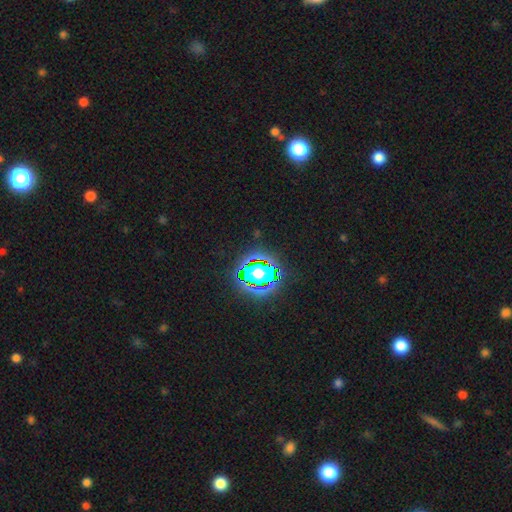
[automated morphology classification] Overall: star or artifact (77%).